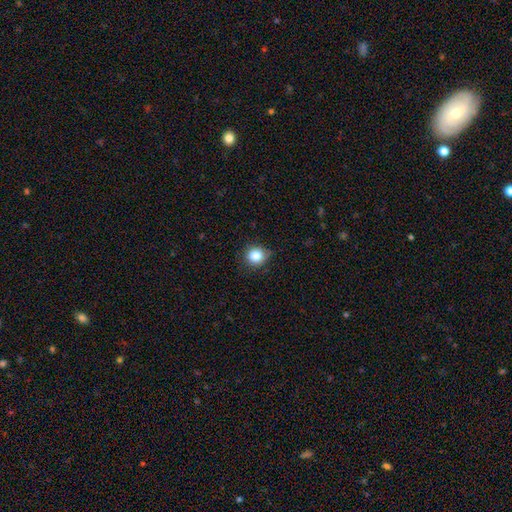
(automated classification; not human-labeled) The model was most divided on "merging": none: 80%, minor disturbance: 15%, major disturbance: 3%, merger: 1%. More confident: how rounded — round (85%); smooth or featured — smooth (84%).